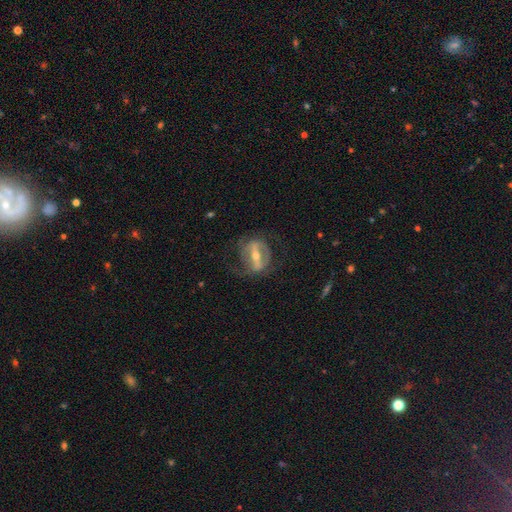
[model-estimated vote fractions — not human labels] A featured or disk galaxy (81%) with a strong bar (74%), spiral arms (62%) and a moderate central bulge (58%). Merging: none (60%).